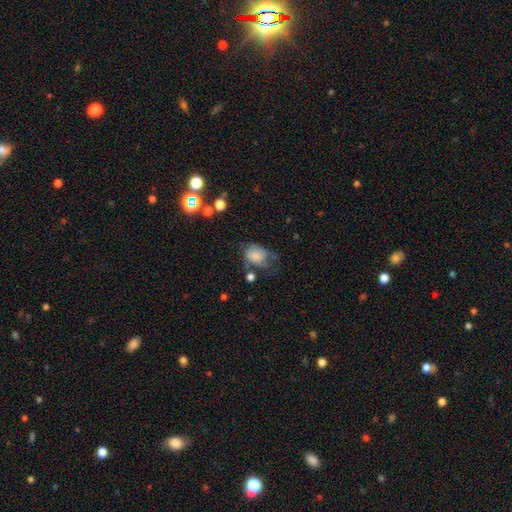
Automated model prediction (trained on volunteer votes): This is likely a smooth galaxy (74%). How rounded: likely in between (62%). Merging: marginally minor disturbance (32%).